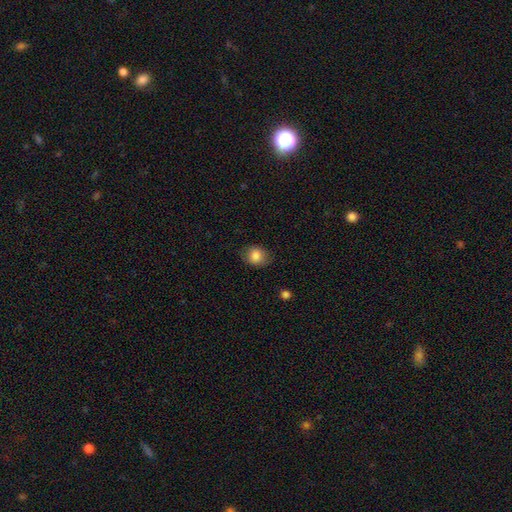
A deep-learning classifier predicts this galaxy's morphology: This appears to be a smooth galaxy with no disk features (85%) that is round (58%). Merging: none (79%).